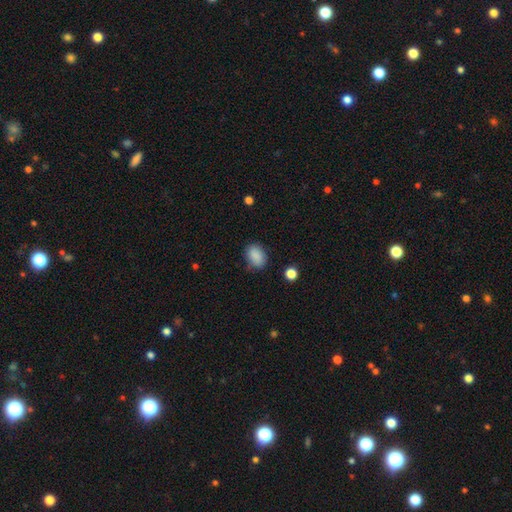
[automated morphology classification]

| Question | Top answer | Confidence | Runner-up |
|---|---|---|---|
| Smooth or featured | smooth | 87% | star or artifact (8%) |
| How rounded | in between | 73% | round (26%) |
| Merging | none | 76% | minor disturbance (18%) |